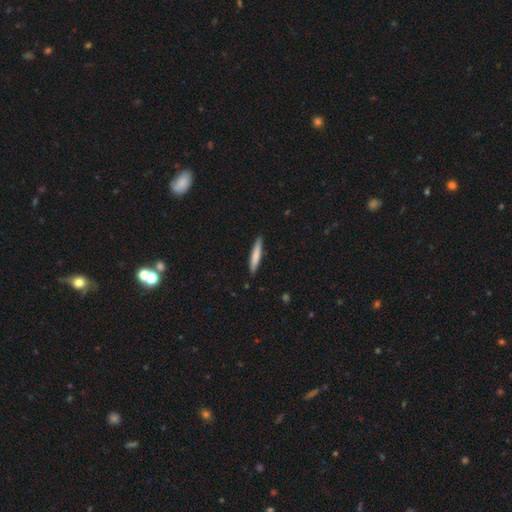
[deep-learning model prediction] The model was most divided on "smooth or featured": smooth: 75%, featured or disk: 20%, star or artifact: 5%. More confident: how rounded — cigar-shaped (92%); merging — none (90%).